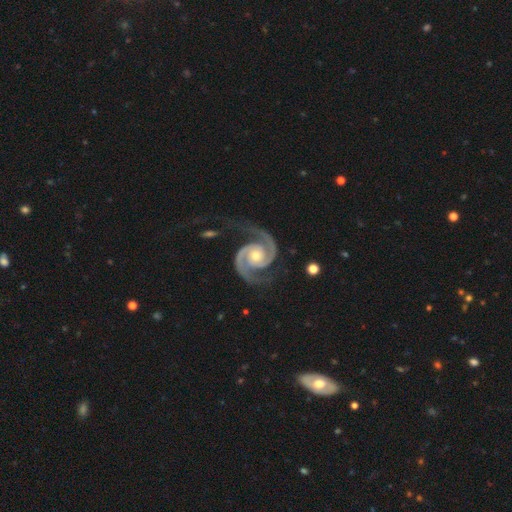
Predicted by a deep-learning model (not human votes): A featured or disk galaxy (95%) with no bar (72%), 2 (94%) medium (49%) spiral arms (99%) and a moderate central bulge (54%). Merging: none (74%).